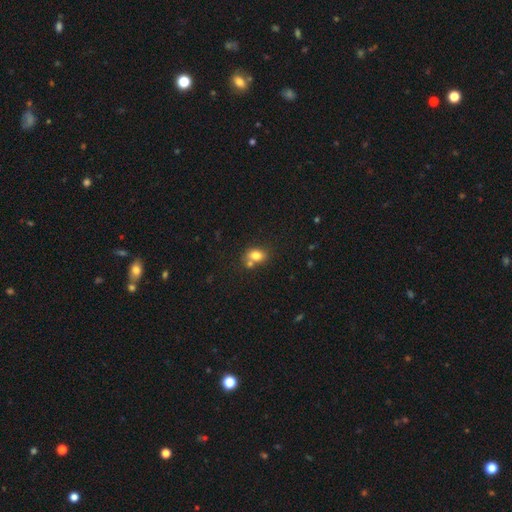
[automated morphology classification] Smooth or featured?
  - smooth: 78% *
  - featured or disk: 12%
  - star or artifact: 11%
How rounded?
  - in between: 64% *
  - round: 35%
  - cigar-shaped: 1%
Merging?
  - none: 52% *
  - merger: 30%
  - minor disturbance: 14%
  - major disturbance: 4%